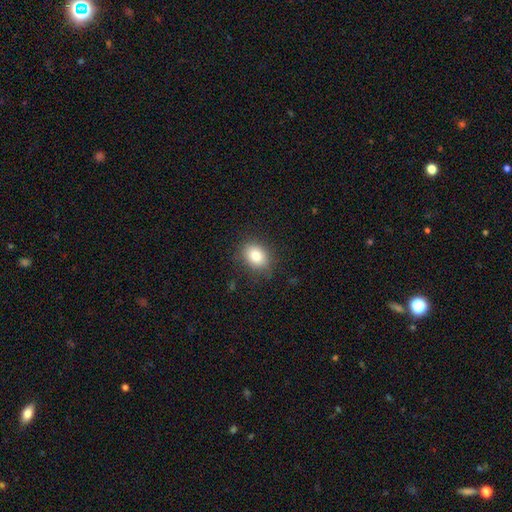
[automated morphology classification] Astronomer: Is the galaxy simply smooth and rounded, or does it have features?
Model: smooth — 82%.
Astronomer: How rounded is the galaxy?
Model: in between — 56% (runner-up: round, 43%).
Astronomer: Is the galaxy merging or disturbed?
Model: none — 84%.